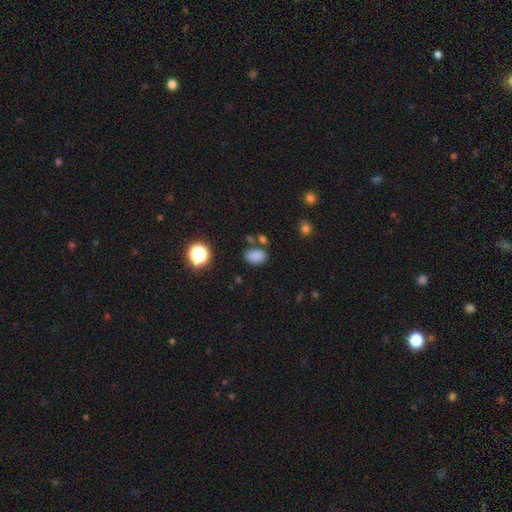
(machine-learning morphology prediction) A smooth galaxy with no disk features (82%) that is in between round and cigar-shaped (80%).

Vote fractions:
- Smooth or featured? smooth: 82% / star or artifact: 13% / featured or disk: 4%
- How rounded? in between: 80% / round: 19% / cigar-shaped: 1%
- Merging? none: 74% / minor disturbance: 14% / merger: 8% / major disturbance: 4%